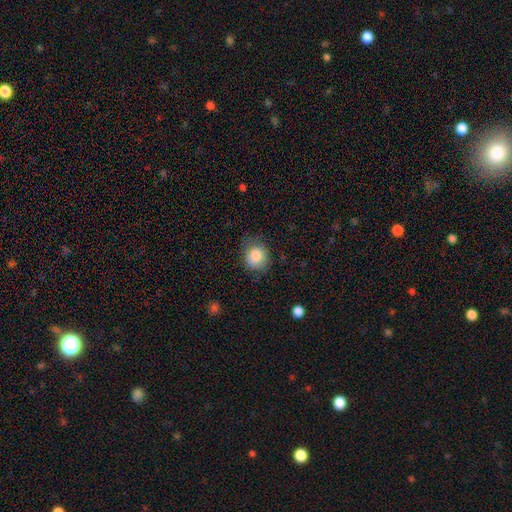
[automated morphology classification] Smooth or featured? smooth (83%)
How rounded? round (73%)
Merging? none (68%)